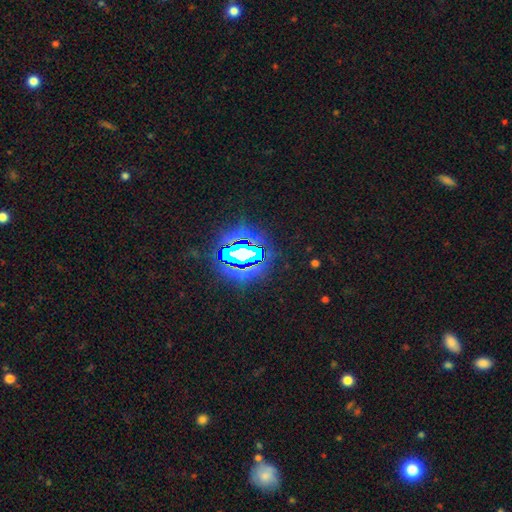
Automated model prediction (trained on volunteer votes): Overall: star or artifact (85%).